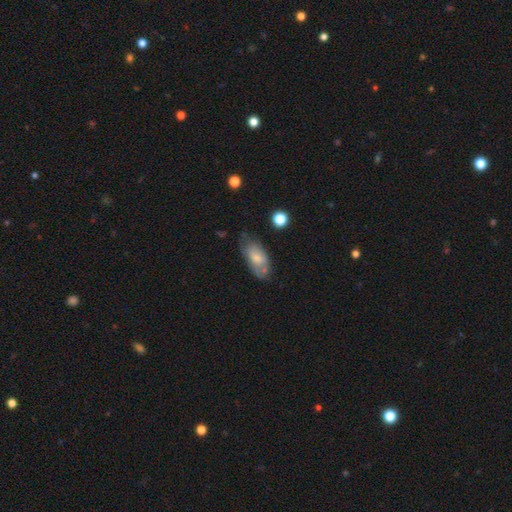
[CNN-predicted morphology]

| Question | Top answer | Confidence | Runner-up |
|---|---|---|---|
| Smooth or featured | smooth | 59% | featured or disk (33%) |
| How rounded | in between | 88% | cigar-shaped (9%) |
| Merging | none | 58% | minor disturbance (29%) |